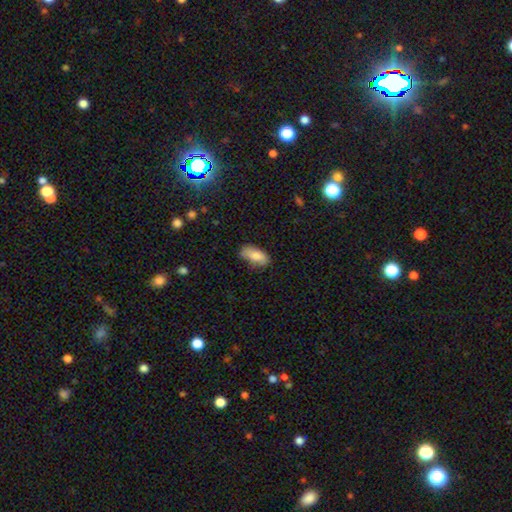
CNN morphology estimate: A smooth galaxy with no disk features (82%) that is in between round and cigar-shaped (88%). Merging: none (69%).